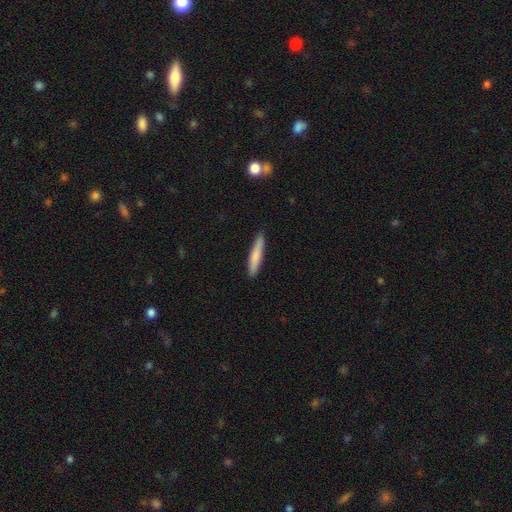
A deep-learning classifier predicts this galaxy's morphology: type=smooth (77%); roundness=cigar-shaped (92%); merging=none (90%).